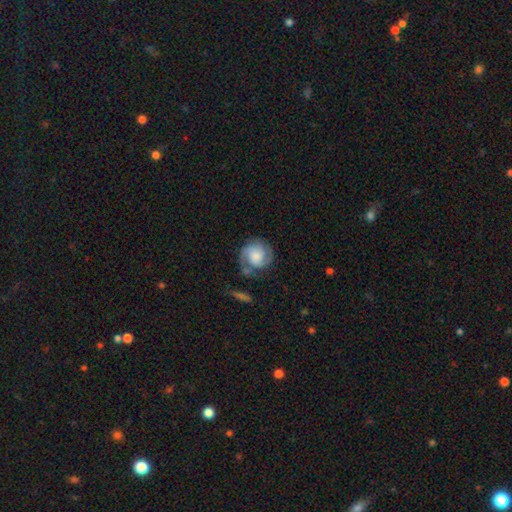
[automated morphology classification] type=featured or disk (64%); edge-on=no (98%); bar=no (70%); spiral arms=yes (92%); winding=tight (49%); arm count=2 (67%); bulge=moderate (29%); merging=none (61%).